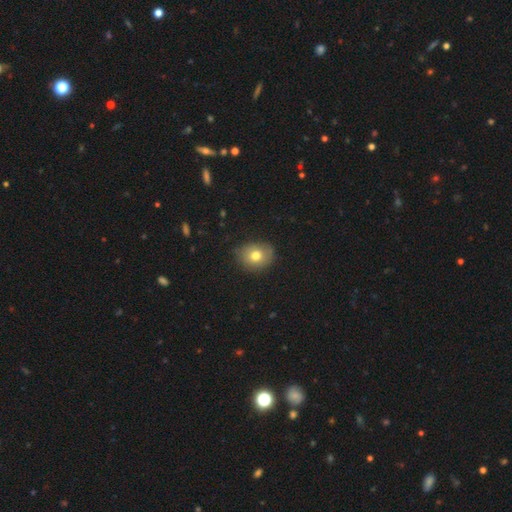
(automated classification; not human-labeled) smooth_or_featured: smooth (p=0.74) [alt: featured or disk p=0.15]
how_rounded: round (p=0.61) [alt: in between p=0.38]
merging: none (p=0.80) [alt: minor disturbance p=0.15]